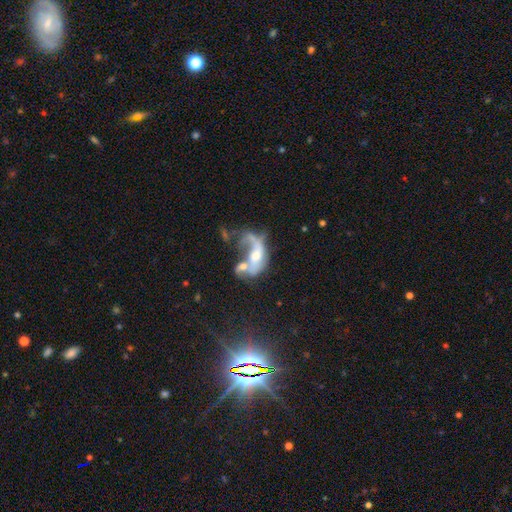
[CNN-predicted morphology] Smooth or featured?
  - featured or disk: 61% *
  - smooth: 29%
  - star or artifact: 10%
Edge-on disk?
  - no: 94% *
  - yes: 6%
Bar?
  - no: 65% *
  - weak: 26%
  - strong: 9%
Spiral arms?
  - yes: 52% *
  - no: 48%
Bulge size?
  - moderate: 53% *
  - small: 24%
  - large: 12%
  - none: 9%
  - dominant: 2%
Merging?
  - merger: 47% *
  - major disturbance: 31%
  - none: 13%
  - minor disturbance: 9%